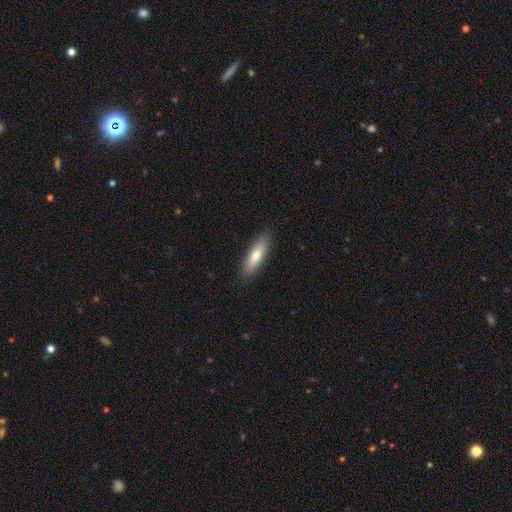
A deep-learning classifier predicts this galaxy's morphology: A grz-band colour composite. It shows a smooth galaxy with no disk features (74%) that is cigar-shaped (55%). Merging: none (88%).